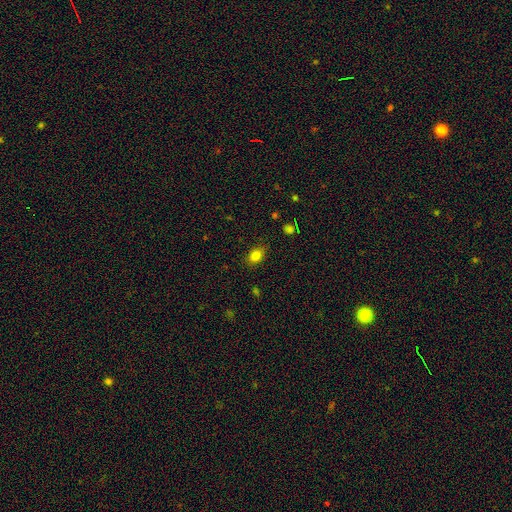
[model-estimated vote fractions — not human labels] smooth_or_featured: smooth (p=0.83) [alt: star or artifact p=0.11]
how_rounded: in between (p=0.77) [alt: round p=0.21]
merging: none (p=0.84) [alt: minor disturbance p=0.12]